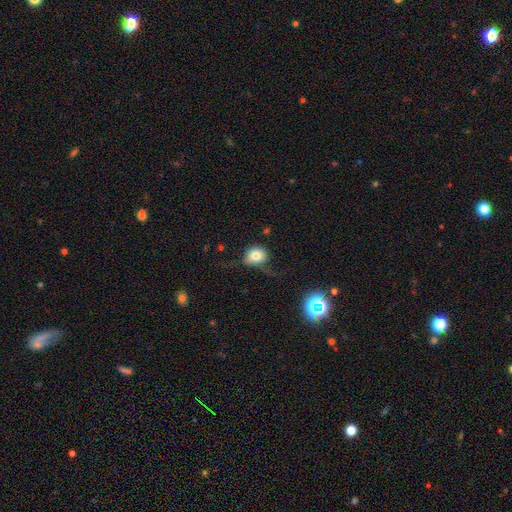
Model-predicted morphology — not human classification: This is likely a smooth galaxy (73%). How rounded: likely round (68%). Merging: marginally none (36%).